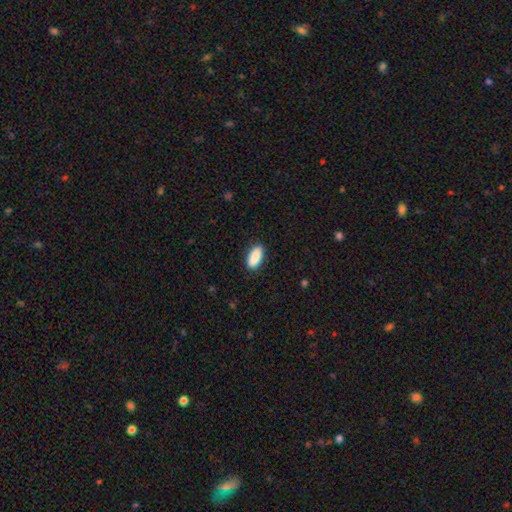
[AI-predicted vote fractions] Overall: smooth (89%). How rounded: in between (84%). Merging: none (87%).